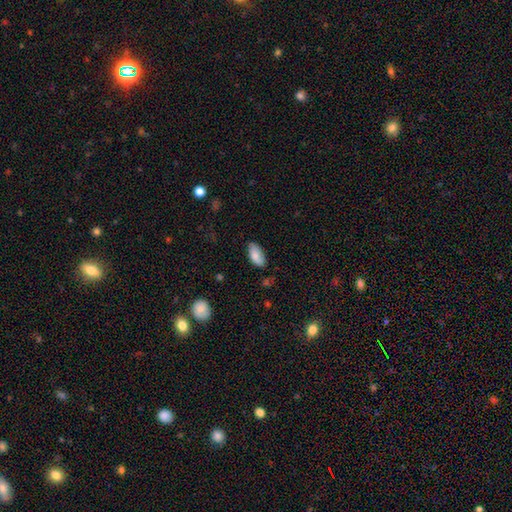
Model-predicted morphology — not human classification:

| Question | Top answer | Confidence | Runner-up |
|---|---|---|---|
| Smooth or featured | smooth | 82% | featured or disk (12%) |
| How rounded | in between | 92% | cigar-shaped (6%) |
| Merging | none | 75% | minor disturbance (20%) |